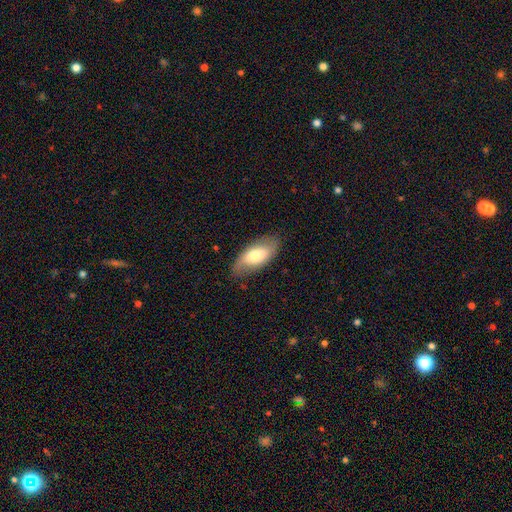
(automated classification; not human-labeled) A smooth galaxy with no disk features (65%) that is in between round and cigar-shaped (89%). Merging: none (79%).